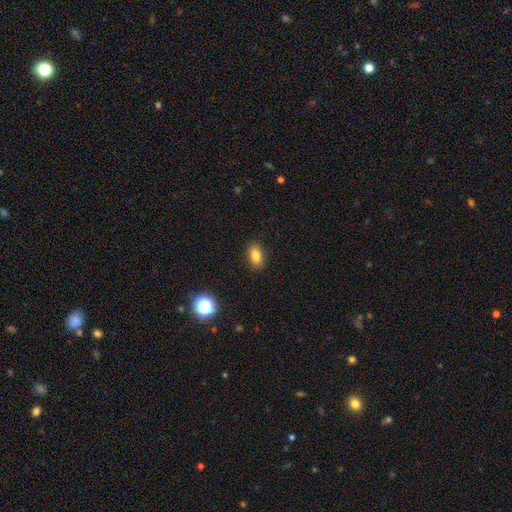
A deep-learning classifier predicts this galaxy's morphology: This is clearly a smooth galaxy (83%). How rounded: clearly in between (87%). Merging: clearly none (88%).